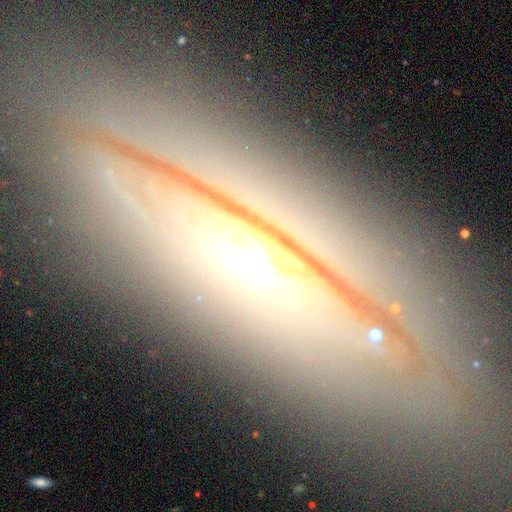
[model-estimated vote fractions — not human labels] A featured or disk galaxy (68%) viewed edge-on (76%) with a rounded central bulge (88%). Merging: none (80%).